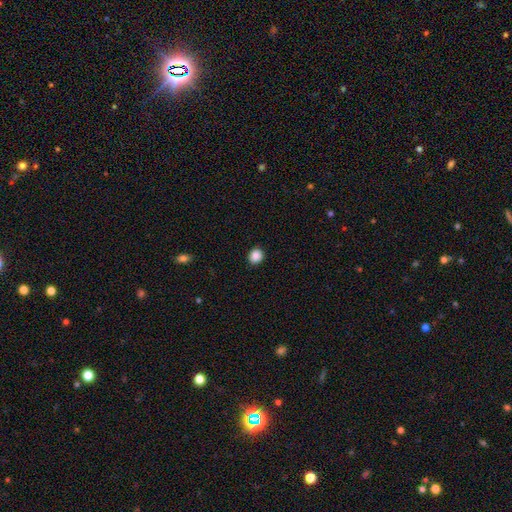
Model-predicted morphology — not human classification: Smooth or featured? Predicted: smooth (p=0.88). How rounded? Predicted: round (p=0.79). Merging? Predicted: none (p=0.91).